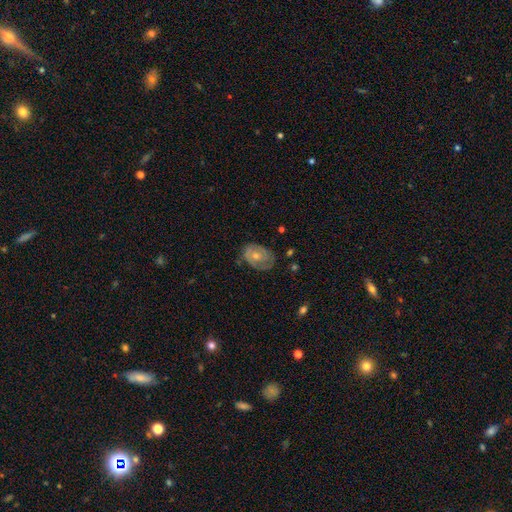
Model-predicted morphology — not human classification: Smooth or featured?
  - featured or disk: 55% *
  - smooth: 38%
  - star or artifact: 7%
Edge-on disk?
  - no: 95% *
  - yes: 5%
Bar?
  - no: 79% *
  - weak: 18%
  - strong: 3%
Spiral arms?
  - yes: 60% *
  - no: 40%
Bulge size?
  - moderate: 56% *
  - small: 38%
  - large: 3%
  - none: 2%
  - dominant: 1%
Merging?
  - none: 58% *
  - minor disturbance: 28%
  - major disturbance: 12%
  - merger: 2%